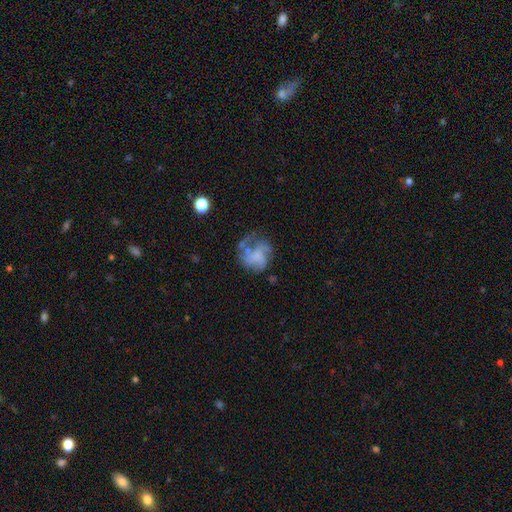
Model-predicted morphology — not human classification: smooth_or_featured: featured or disk (p=0.52) [alt: smooth p=0.38]
disk_edge_on: no (p=0.98) [alt: yes p=0.02]
bar: no (p=0.83) [alt: weak p=0.14]
has_spiral_arms: no (p=0.55) [alt: yes p=0.45]
bulge_size: none (p=0.68) [alt: moderate p=0.11]
merging: none (p=0.38) [alt: major disturbance p=0.33]